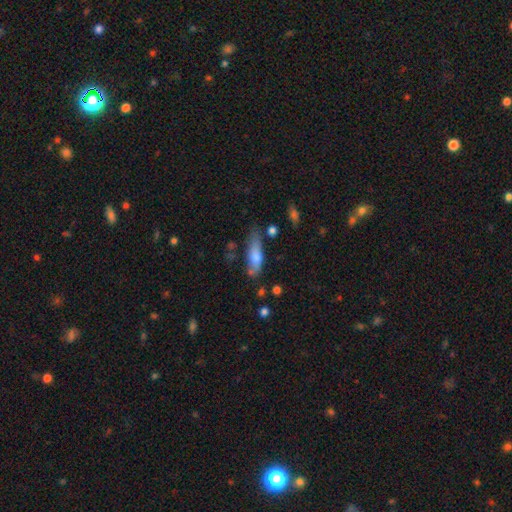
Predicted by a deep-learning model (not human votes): This appears to be a smooth galaxy with no disk features (70%) that is cigar-shaped (51%). Merging: none (56%).